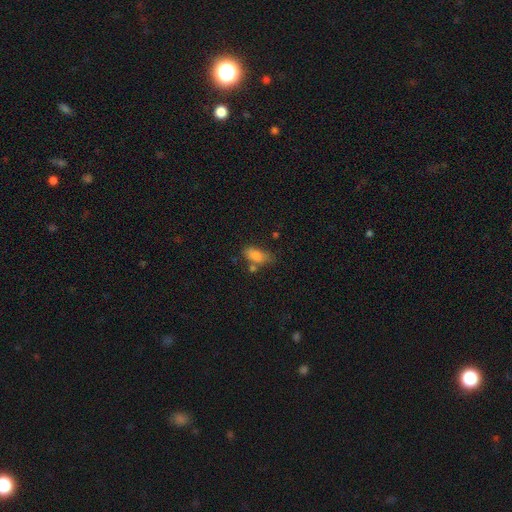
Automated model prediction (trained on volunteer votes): A smooth galaxy with no disk features (80%) that is in between round and cigar-shaped (83%).

Vote fractions:
- Smooth or featured? smooth: 80% / star or artifact: 10% / featured or disk: 10%
- How rounded? in between: 83% / cigar-shaped: 12% / round: 5%
- Merging? none: 55% / minor disturbance: 23% / merger: 15% / major disturbance: 8%